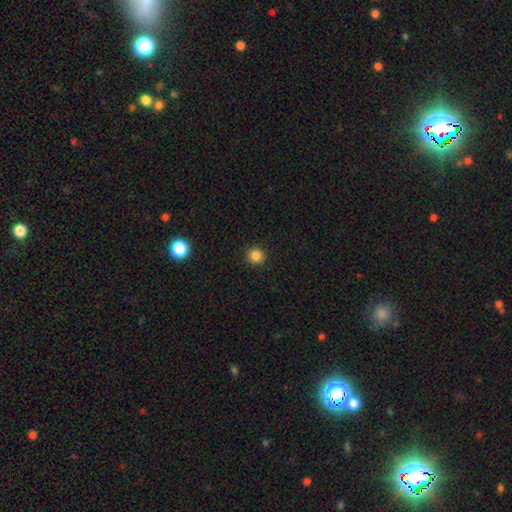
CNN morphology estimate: Smooth or featured? smooth (85%)
How rounded? round (93%)
Merging? none (92%)